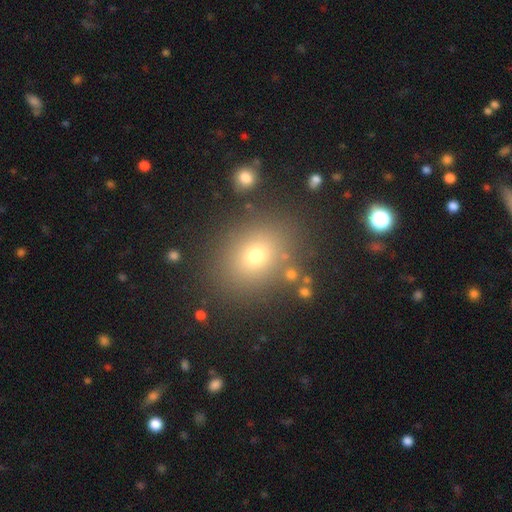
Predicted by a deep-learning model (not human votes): smooth 69%, star or artifact 20%, featured or disk 11%. Down the decision tree: how rounded — round (54%); merging — none (84%).